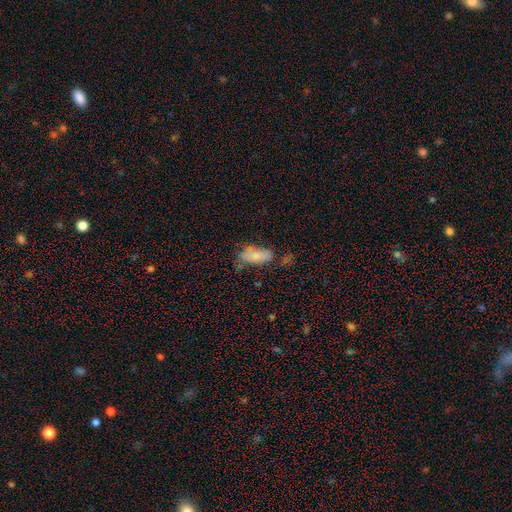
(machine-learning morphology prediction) smooth 77%, featured or disk 14%, star or artifact 9%. Down the decision tree: how rounded — in between (87%); merging — none (46%).